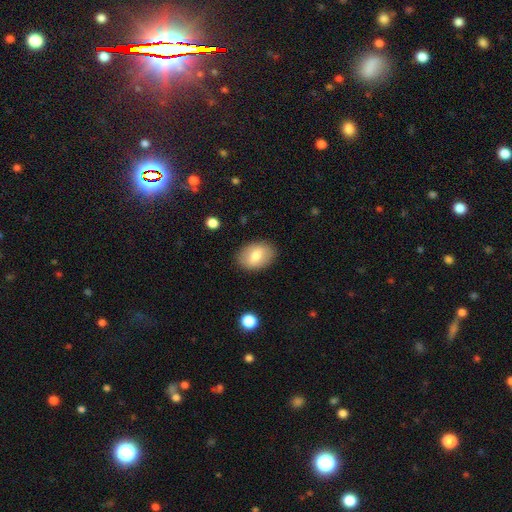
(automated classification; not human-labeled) This appears to be a smooth galaxy with no disk features (76%) that is in between round and cigar-shaped (81%). Merging: none (86%).